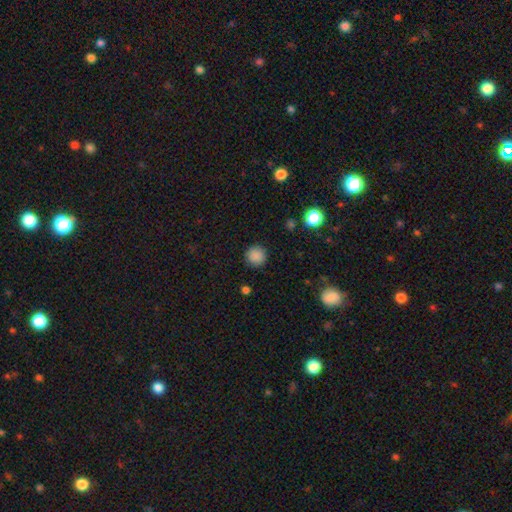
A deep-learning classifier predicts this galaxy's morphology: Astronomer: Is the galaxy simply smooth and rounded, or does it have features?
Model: smooth — 87%.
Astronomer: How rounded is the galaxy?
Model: round — 95%.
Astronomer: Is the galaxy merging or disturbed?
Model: none — 91%.